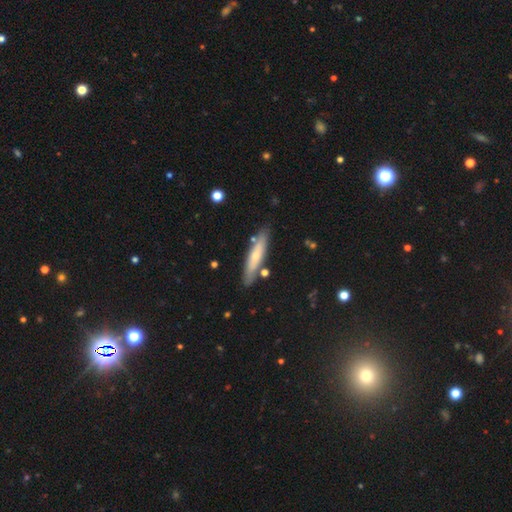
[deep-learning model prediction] Smooth or featured? smooth (56%)
How rounded? cigar-shaped (84%)
Merging? none (82%)